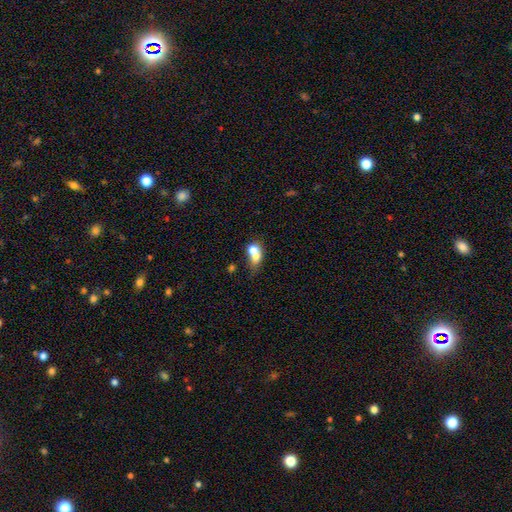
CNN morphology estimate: Smooth or featured? Predicted: smooth (p=0.67). How rounded? Predicted: in between (p=0.53). Merging? Predicted: merger (p=0.65).